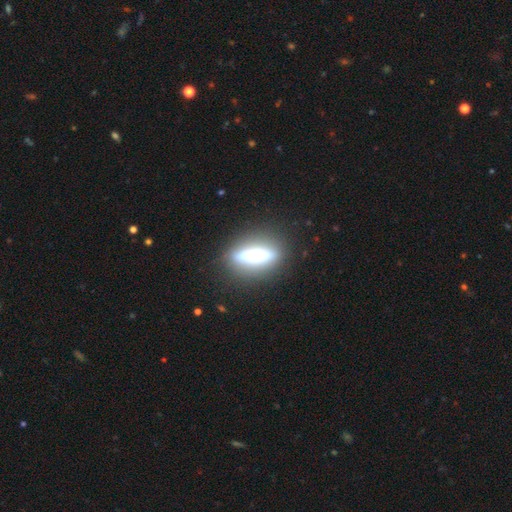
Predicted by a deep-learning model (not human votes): Smooth or featured: featured or disk — 60% (smooth — 29%)
Edge-on disk: yes — 76% (no — 24%)
Merging: none — 83% (minor disturbance — 9%)